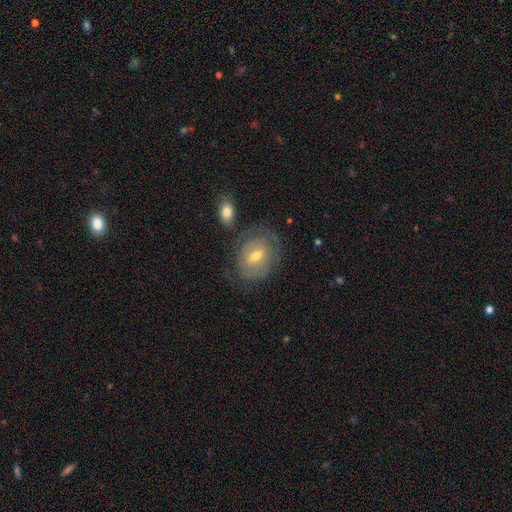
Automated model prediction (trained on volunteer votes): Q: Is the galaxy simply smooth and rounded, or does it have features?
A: featured or disk — 56%.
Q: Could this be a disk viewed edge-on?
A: no — 95%.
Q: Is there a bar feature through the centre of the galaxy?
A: weak — 44%, tied with no.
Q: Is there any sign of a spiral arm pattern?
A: yes — 61%.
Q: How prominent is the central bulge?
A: moderate — 55%.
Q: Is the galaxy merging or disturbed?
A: none — 66%.